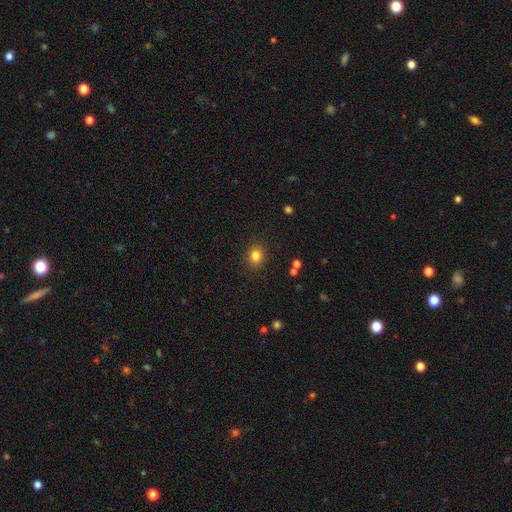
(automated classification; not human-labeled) A smooth galaxy with no disk features (83%) that is round (63%). Merging: none (88%).